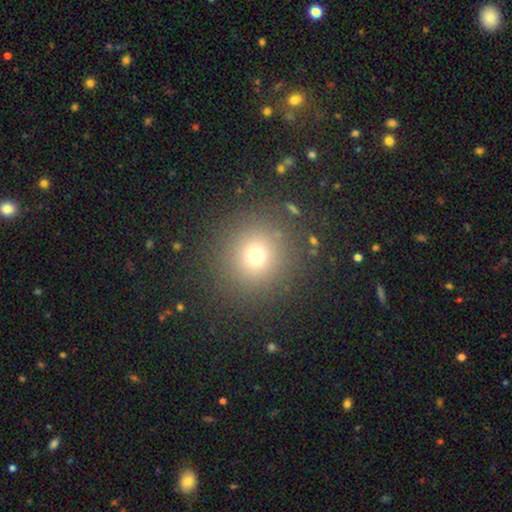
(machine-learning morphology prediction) Smooth or featured: smooth — 69% (star or artifact — 21%)
How rounded: round — 93% (in between — 6%)
Merging: none — 86% (minor disturbance — 7%)